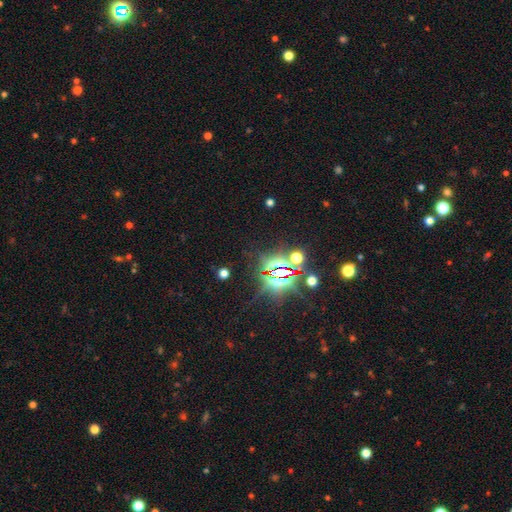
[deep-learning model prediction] This is clearly a star or artifact rather than a galaxy (81%).